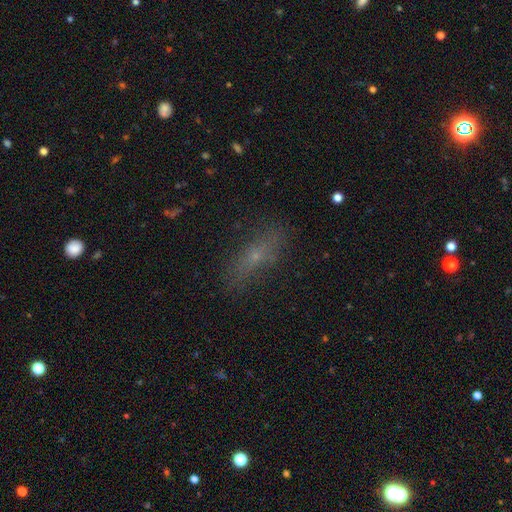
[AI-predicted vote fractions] This appears to be a smooth galaxy with no disk features (47%). Merging: none (77%).